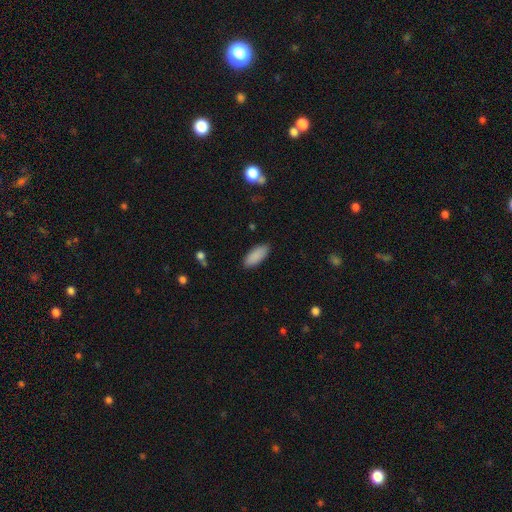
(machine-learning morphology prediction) smooth_or_featured: smooth (p=0.89) [alt: star or artifact p=0.06]
how_rounded: in between (p=0.81) [alt: cigar-shaped p=0.17]
merging: none (p=0.88) [alt: minor disturbance p=0.09]